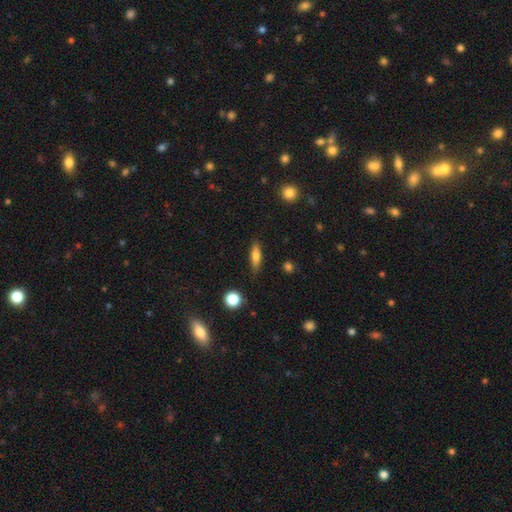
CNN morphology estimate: Smooth or featured: smooth — 70% (featured or disk — 22%)
How rounded: cigar-shaped — 57% (in between — 39%)
Merging: none — 82% (minor disturbance — 13%)